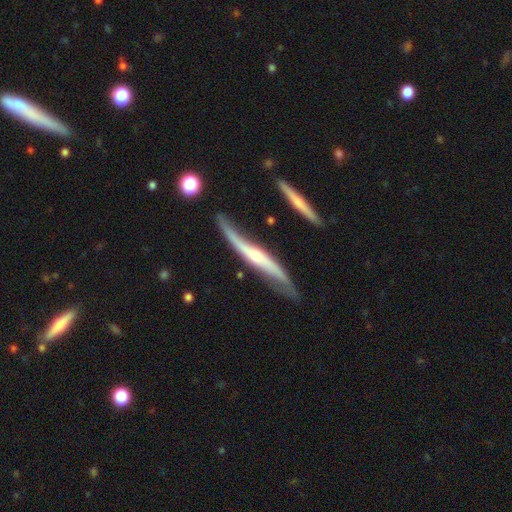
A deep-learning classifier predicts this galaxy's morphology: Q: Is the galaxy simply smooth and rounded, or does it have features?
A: featured or disk — 78%.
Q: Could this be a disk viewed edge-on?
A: yes — 70%.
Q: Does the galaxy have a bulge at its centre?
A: rounded — 71%.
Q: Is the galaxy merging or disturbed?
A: none — 60%.